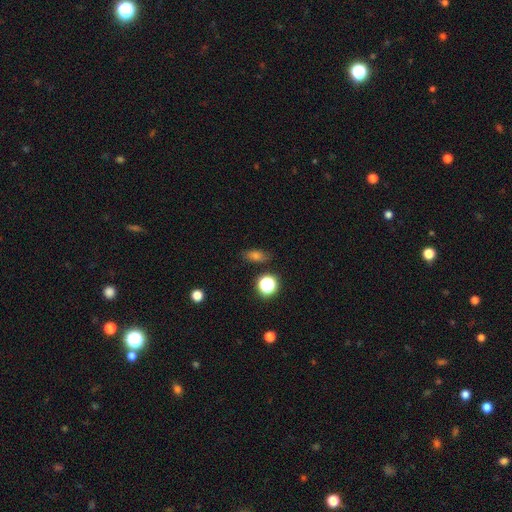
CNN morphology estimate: smooth-or-featured: smooth: 63% | star or artifact: 26% | featured or disk: 11%
  how-rounded: in between: 70% | round: 22% | cigar-shaped: 8%
  merging: none: 83% | minor disturbance: 10% | merger: 3% | major disturbance: 3%